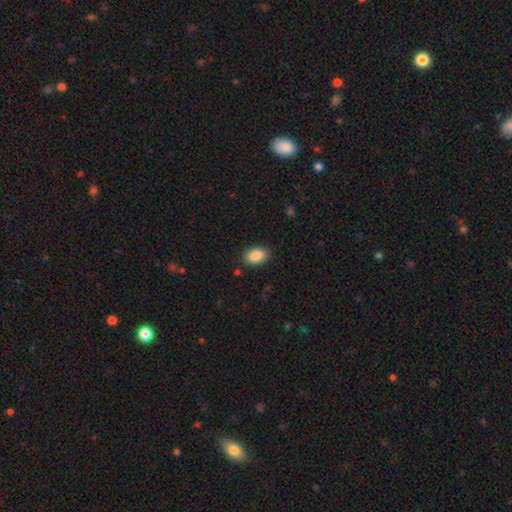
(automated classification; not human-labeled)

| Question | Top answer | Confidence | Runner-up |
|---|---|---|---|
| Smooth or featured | smooth | 89% | star or artifact (7%) |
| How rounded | in between | 89% | round (10%) |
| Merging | none | 87% | minor disturbance (10%) |